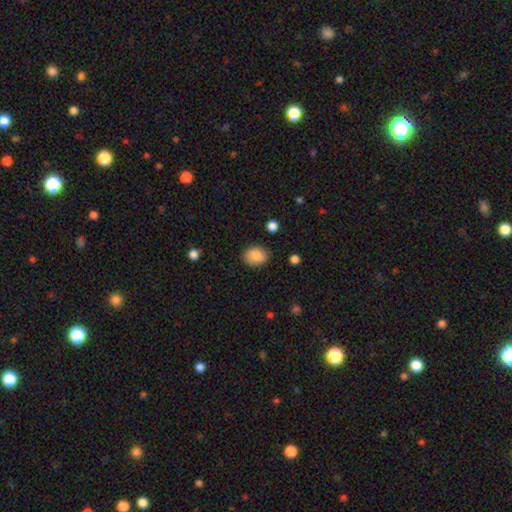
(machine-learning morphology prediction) type=smooth (87%); roundness=in between (58%); merging=none (84%).